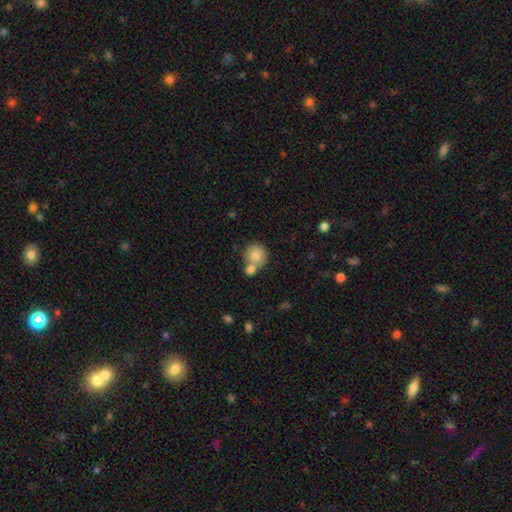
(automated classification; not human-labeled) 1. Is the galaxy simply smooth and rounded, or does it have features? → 79% smooth, 12% featured or disk, 9% star or artifact.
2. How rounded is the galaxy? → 89% round, 10% in between, 1% cigar-shaped.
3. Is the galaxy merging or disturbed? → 45% none (tied), 45% merger (tied), 8% minor disturbance, 3% major disturbance.